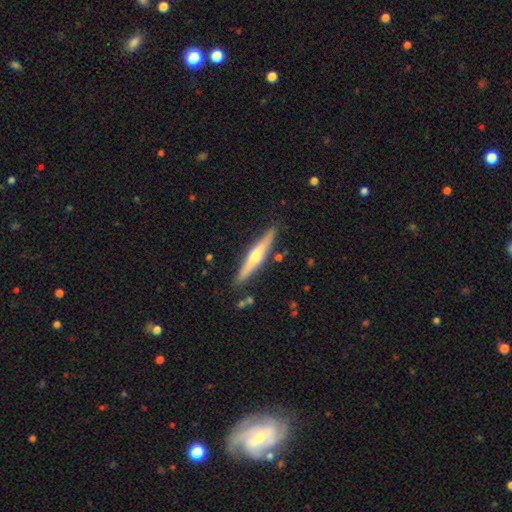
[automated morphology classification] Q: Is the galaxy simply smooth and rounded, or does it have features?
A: featured or disk — 63%.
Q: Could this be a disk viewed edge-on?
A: yes — 97%.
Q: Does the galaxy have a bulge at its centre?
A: rounded — 87%.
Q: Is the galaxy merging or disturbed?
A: none — 87%.